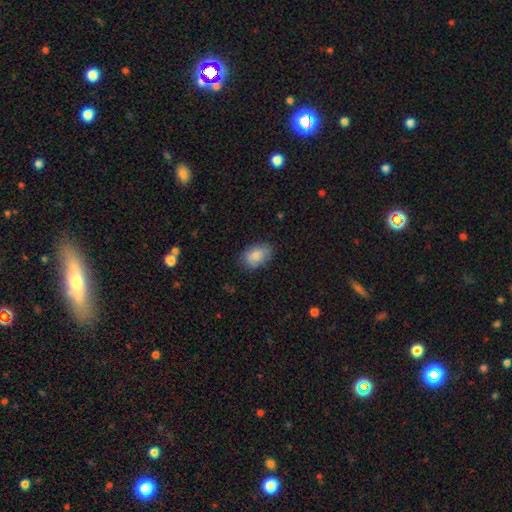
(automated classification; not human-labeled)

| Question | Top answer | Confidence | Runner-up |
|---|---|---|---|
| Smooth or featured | smooth | 84% | featured or disk (9%) |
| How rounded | in between | 88% | round (11%) |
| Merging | none | 79% | minor disturbance (16%) |